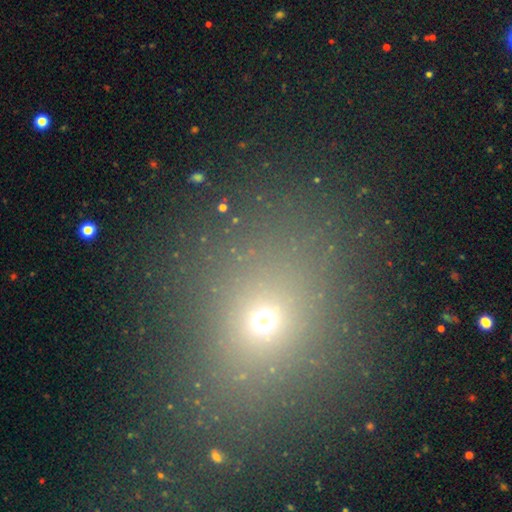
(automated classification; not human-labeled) Overall: smooth (53%; star or artifact 37%). How rounded: round (63%; in between 35%). Merging: none (81%).